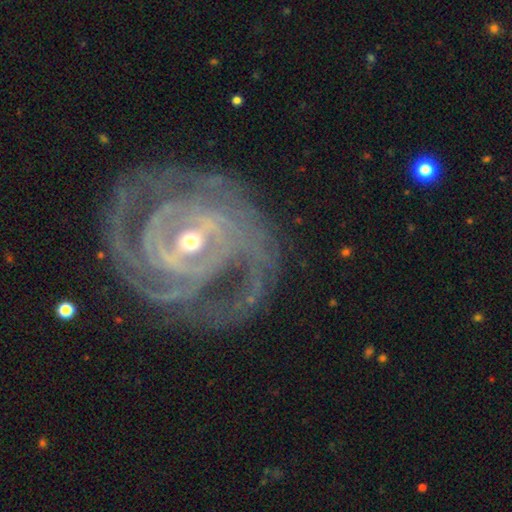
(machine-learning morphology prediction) smooth-or-featured: featured or disk: 92% | star or artifact: 5% | smooth: 4%
  disk-edge-on: no: 97% | yes: 3%
    bar: strong: 46% | weak: 37% | no: 17%
    has-spiral-arms: yes: 98% | no: 2%
      spiral-winding: tight: 70% | medium: 26% | loose: 5%
      spiral-arm-count: 3: 25% | 2: 24% | can't tell: 18% | 4: 17% | more than 4: 9% | 1: 7%
    bulge-size: small: 53% | moderate: 44% | large: 2% | none: 1% | dominant: 1%
  merging: none: 73% | minor disturbance: 15% | major disturbance: 10% | merger: 2%